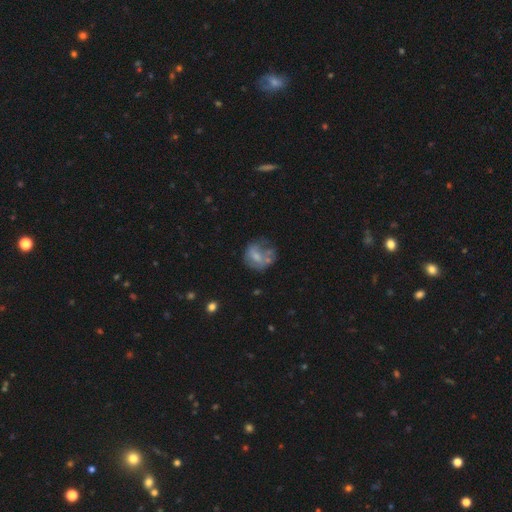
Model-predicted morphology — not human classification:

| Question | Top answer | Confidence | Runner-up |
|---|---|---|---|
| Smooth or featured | smooth | 43% | featured or disk (41%) |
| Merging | none | 43% | minor disturbance (23%) |